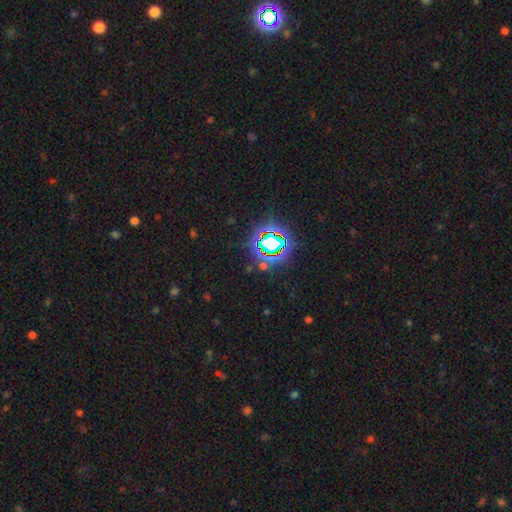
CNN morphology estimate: The model was most divided on "smooth or featured": star or artifact: 81%, smooth: 13%, featured or disk: 7%.